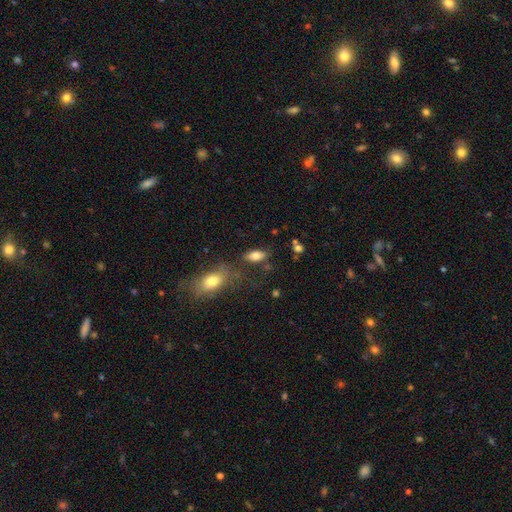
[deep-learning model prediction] Smooth or featured: smooth — 78% (featured or disk — 14%)
How rounded: in between — 87% (cigar-shaped — 9%)
Merging: none — 71% (minor disturbance — 15%)